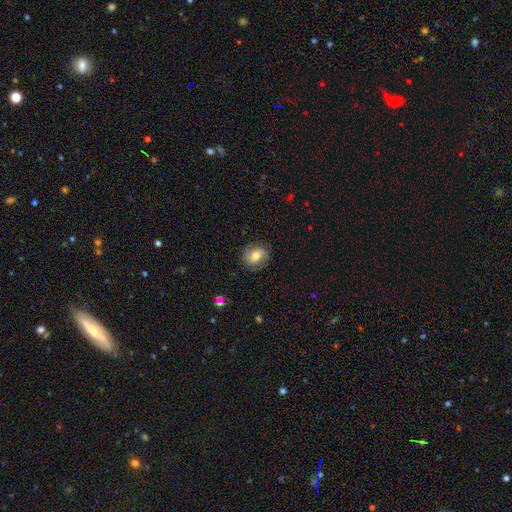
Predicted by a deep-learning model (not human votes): A smooth galaxy with no disk features (59%) that is round (66%).

Vote fractions:
- Smooth or featured? smooth: 59% / featured or disk: 32% / star or artifact: 9%
- How rounded? round: 66% / in between: 33% / cigar-shaped: 1%
- Merging? none: 81% / minor disturbance: 13% / major disturbance: 5% / merger: 1%